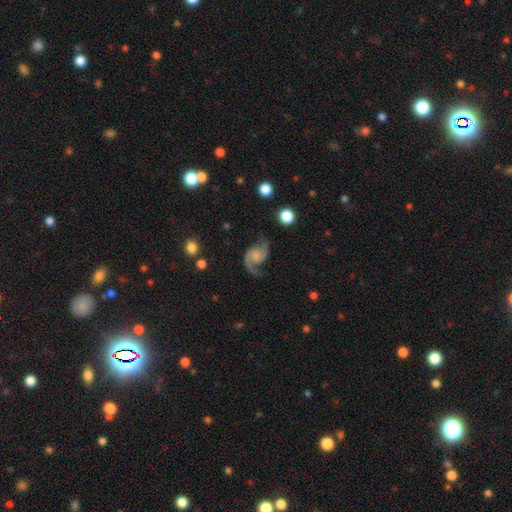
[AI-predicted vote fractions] featured or disk 89%, smooth 6%, star or artifact 5%. Down the decision tree: edge-on disk — no (98%); bar — no (63%); spiral arms — yes (98%); spiral arm count — 2 (92%); spiral winding — loose (46%); bulge size — small (41%); merging — none (72%).